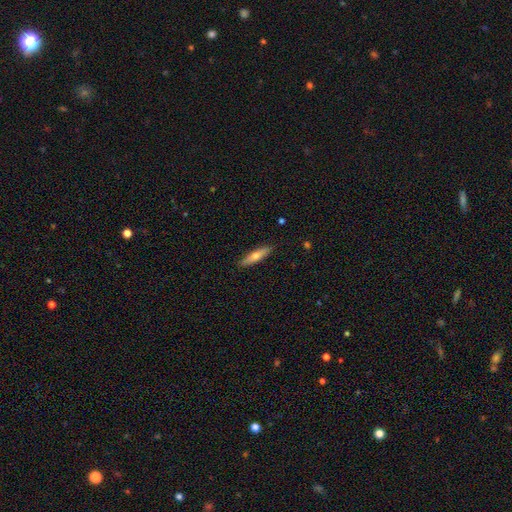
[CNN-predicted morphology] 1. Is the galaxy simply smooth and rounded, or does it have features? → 58% smooth, 36% featured or disk, 6% star or artifact.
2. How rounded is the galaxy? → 80% cigar-shaped, 18% in between, 2% round.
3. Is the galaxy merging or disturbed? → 90% none, 7% minor disturbance, 2% major disturbance, 1% merger.